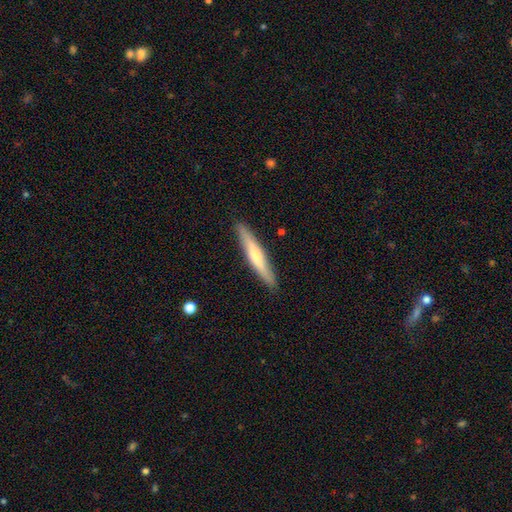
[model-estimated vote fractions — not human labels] Smooth or featured? Predicted: smooth (p=0.55). How rounded? Predicted: cigar-shaped (p=0.93). Merging? Predicted: none (p=0.90).